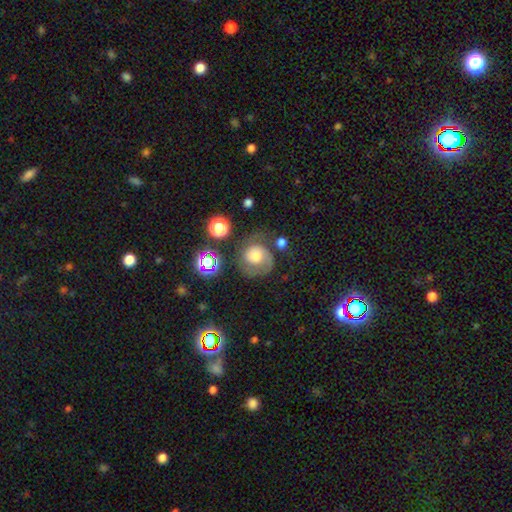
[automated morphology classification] Q: Smooth or featured?
A: featured or disk (56%); runner-up: smooth (32%)
Q: Edge-on disk?
A: no (98%); runner-up: yes (2%)
Q: Bar?
A: no (74%); runner-up: weak (22%)
Q: Spiral arms?
A: yes (87%); runner-up: no (13%)
Q: Bulge size?
A: moderate (52%); runner-up: large (24%)
Q: Merging?
A: none (50%); runner-up: minor disturbance (22%)